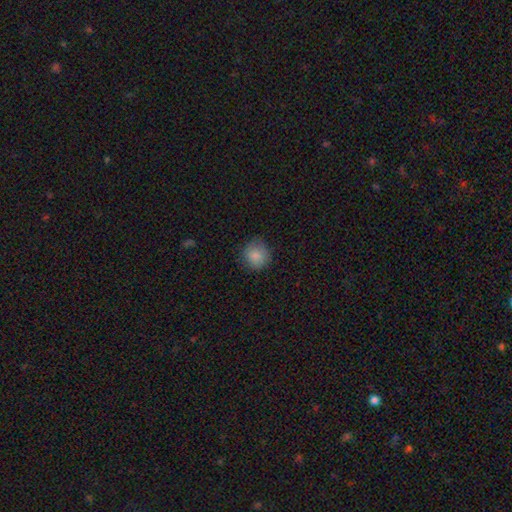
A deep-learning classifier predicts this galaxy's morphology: The model was most divided on "merging": none: 79%, minor disturbance: 16%, major disturbance: 4%, merger: 1%. More confident: how rounded — round (87%); smooth or featured — smooth (86%).